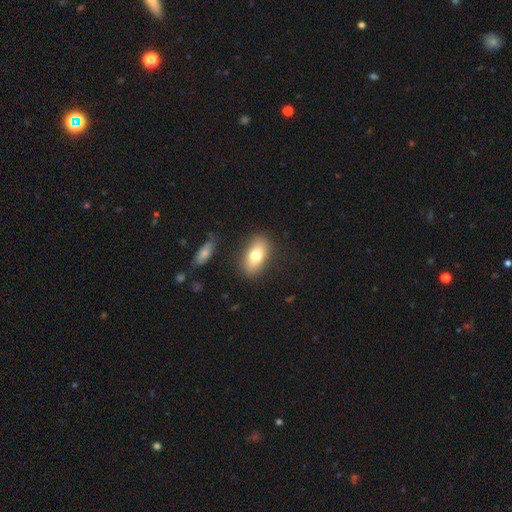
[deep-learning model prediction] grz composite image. It shows a smooth galaxy with no disk features (74%) that is in between round and cigar-shaped (86%). Merging: none (85%).